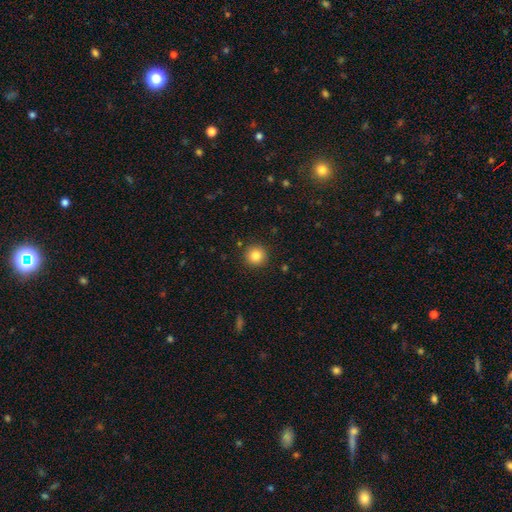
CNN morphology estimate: A smooth galaxy with no disk features (84%) that is round (95%).

Vote fractions:
- Smooth or featured? smooth: 84% / star or artifact: 10% / featured or disk: 6%
- How rounded? round: 95% / in between: 4% / cigar-shaped: 1%
- Merging? none: 92% / minor disturbance: 5% / major disturbance: 2% / merger: 1%